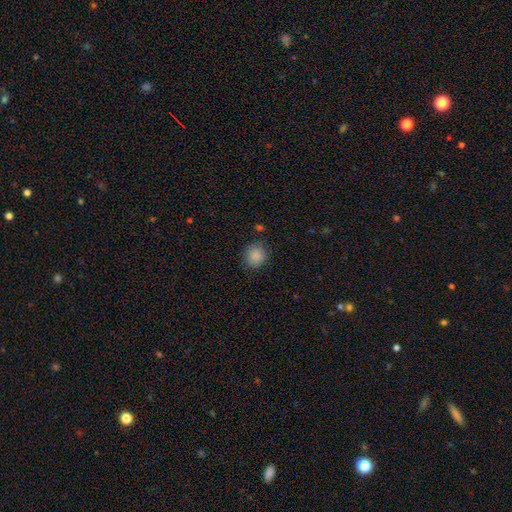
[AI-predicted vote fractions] The model was most divided on "how rounded": round: 83%, in between: 16%, cigar-shaped: 1%. More confident: smooth or featured — smooth (87%); merging — none (83%).